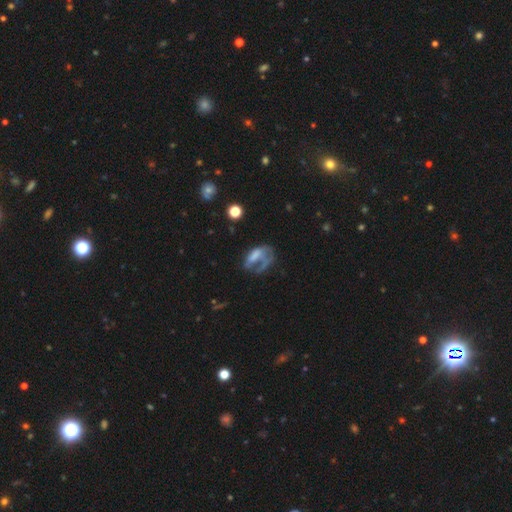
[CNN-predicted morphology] Overall: featured or disk (49%; smooth 40%). Merging: major disturbance (45%; none 28%).